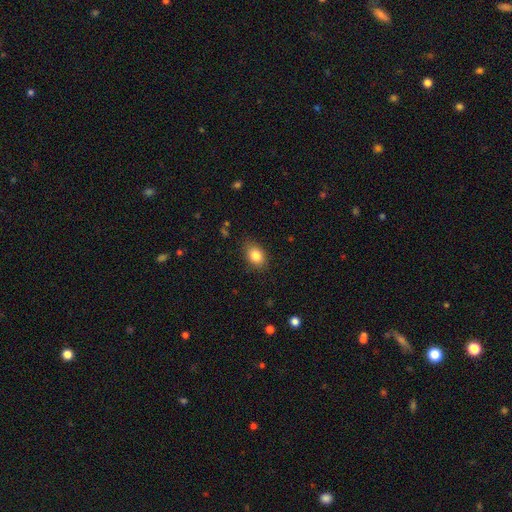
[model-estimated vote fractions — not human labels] The model was most divided on "how rounded": in between: 75%, round: 24%, cigar-shaped: 1%. More confident: smooth or featured — smooth (84%); merging — none (82%).